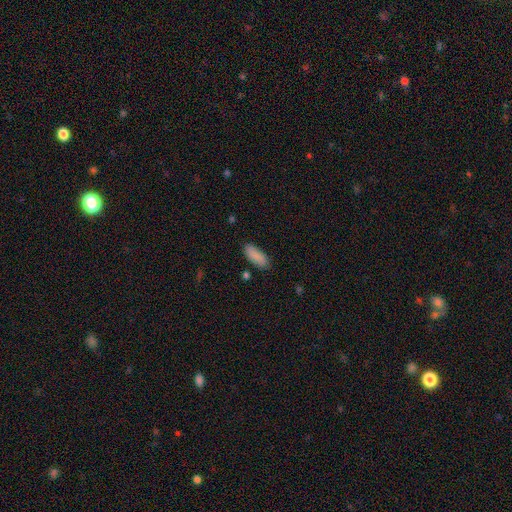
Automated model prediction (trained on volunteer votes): This is clearly a smooth galaxy (88%). How rounded: likely in between (78%). Merging: clearly none (82%).